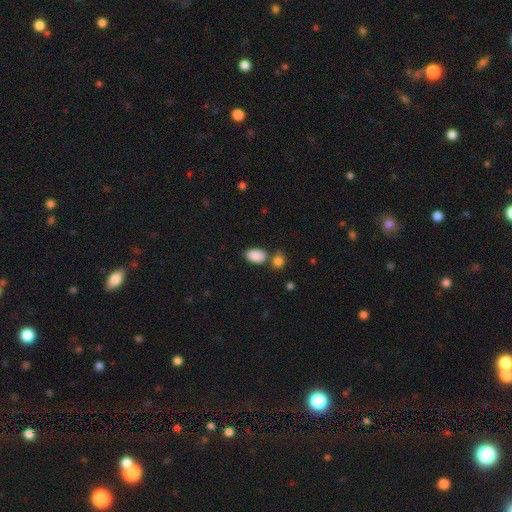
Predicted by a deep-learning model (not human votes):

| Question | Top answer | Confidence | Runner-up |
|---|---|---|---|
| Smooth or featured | smooth | 89% | star or artifact (7%) |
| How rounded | in between | 92% | round (7%) |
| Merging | none | 65% | merger (18%) |